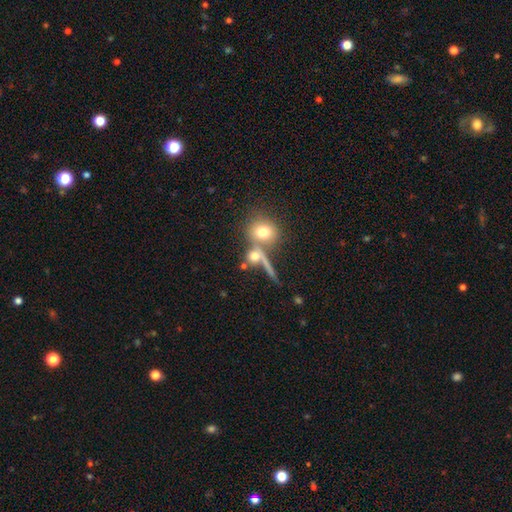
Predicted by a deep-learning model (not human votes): Smooth or featured? smooth (58%)
How rounded? round (71%)
Merging? none (45%)